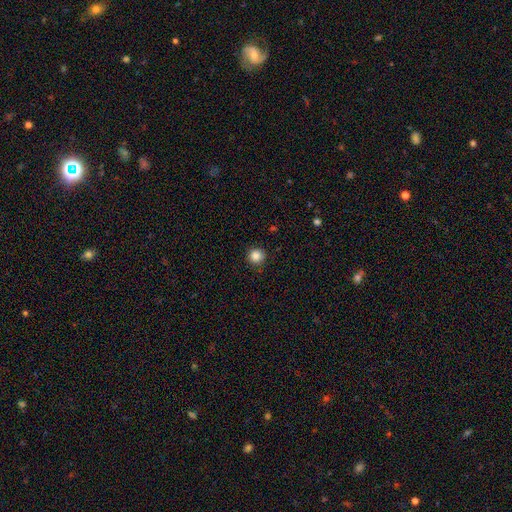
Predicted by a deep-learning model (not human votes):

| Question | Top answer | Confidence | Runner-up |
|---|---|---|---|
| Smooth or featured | smooth | 85% | star or artifact (11%) |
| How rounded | round | 94% | in between (5%) |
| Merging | none | 89% | minor disturbance (8%) |